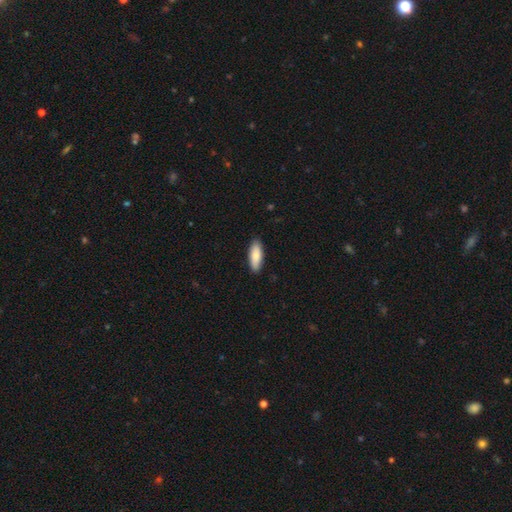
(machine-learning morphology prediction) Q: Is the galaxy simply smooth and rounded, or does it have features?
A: smooth — 85%.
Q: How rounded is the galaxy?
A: in between — 66%.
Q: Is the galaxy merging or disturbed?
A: none — 89%.